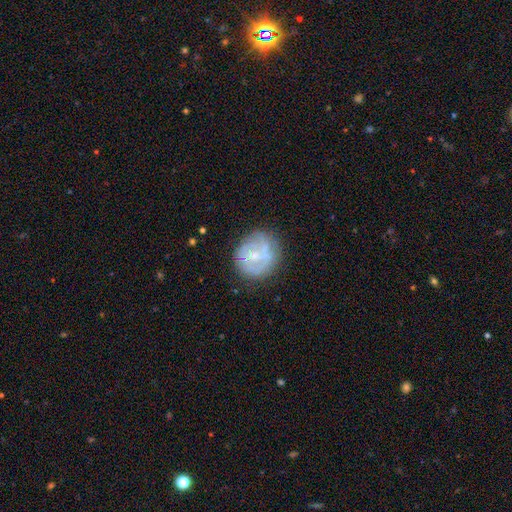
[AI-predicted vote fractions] Morphology: type=featured or disk (63%); edge-on=no (98%); bar=no (46%); spiral arms=yes (55%); bulge=small (47%); merging=none (67%).